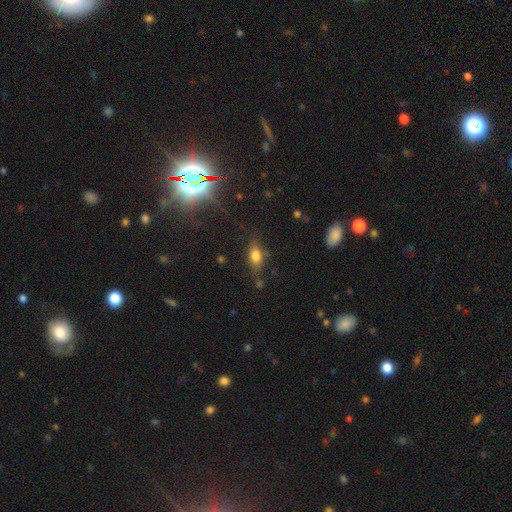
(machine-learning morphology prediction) Smooth or featured?
  - smooth: 68% *
  - featured or disk: 18%
  - star or artifact: 14%
How rounded?
  - in between: 75% *
  - cigar-shaped: 13%
  - round: 12%
Merging?
  - none: 70% *
  - minor disturbance: 20%
  - major disturbance: 6%
  - merger: 4%